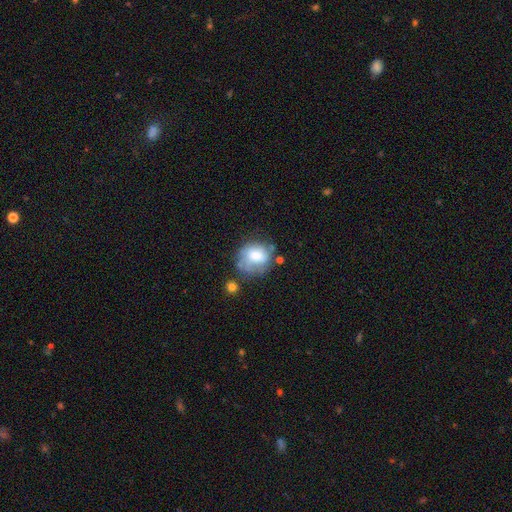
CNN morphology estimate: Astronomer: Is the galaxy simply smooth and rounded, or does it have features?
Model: smooth — 65%.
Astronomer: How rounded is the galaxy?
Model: round — 66%.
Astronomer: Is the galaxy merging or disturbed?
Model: none — 44% (runner-up: minor disturbance, 27%).